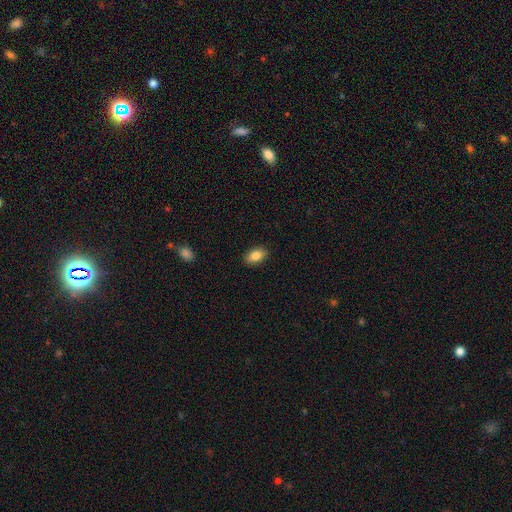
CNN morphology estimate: smooth 85%, star or artifact 8%, featured or disk 7%. Down the decision tree: how rounded — in between (91%); merging — none (89%).